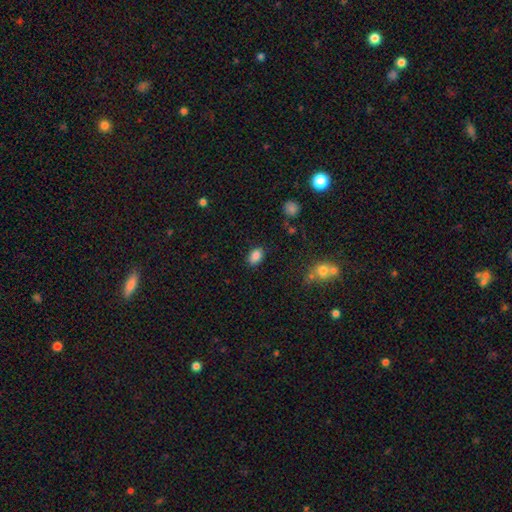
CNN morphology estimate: Overall: smooth (86%). How rounded: in between (82%). Merging: none (84%).